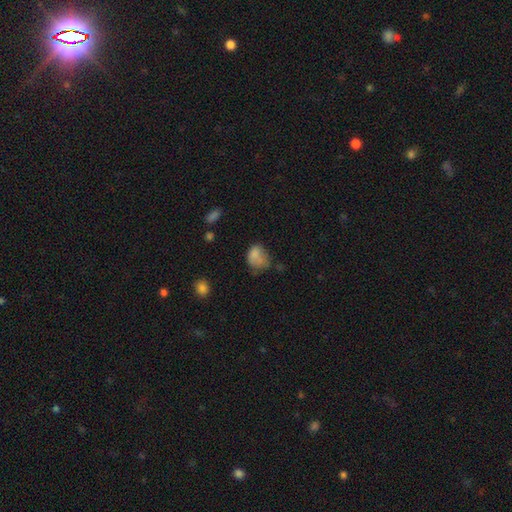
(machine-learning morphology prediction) This is likely a smooth galaxy (75%). How rounded: possibly in between (59%). Merging: marginally none (34%, tied with minor disturbance).